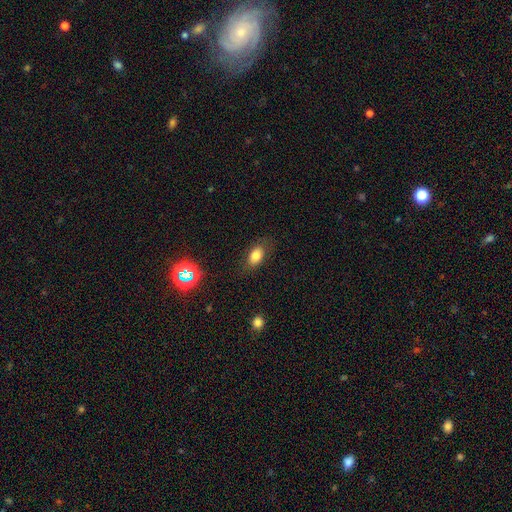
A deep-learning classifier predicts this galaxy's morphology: Smooth or featured: smooth — 79% (star or artifact — 12%)
How rounded: in between — 86% (round — 11%)
Merging: none — 80% (minor disturbance — 14%)